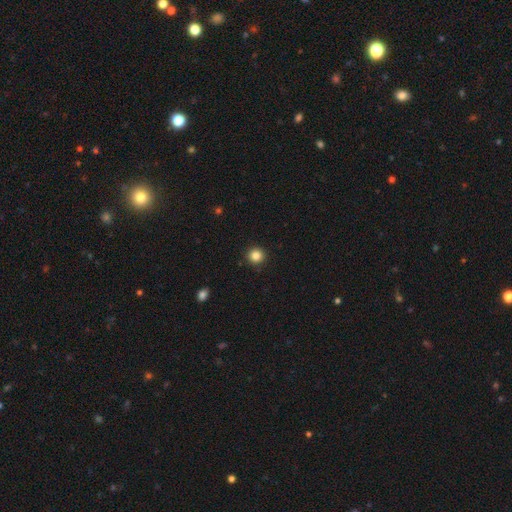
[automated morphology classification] A smooth galaxy with no disk features (85%) that is round (94%).

Vote fractions:
- Smooth or featured? smooth: 85% / star or artifact: 11% / featured or disk: 4%
- How rounded? round: 94% / in between: 5% / cigar-shaped: 1%
- Merging? none: 92% / minor disturbance: 5% / major disturbance: 2% / merger: 1%